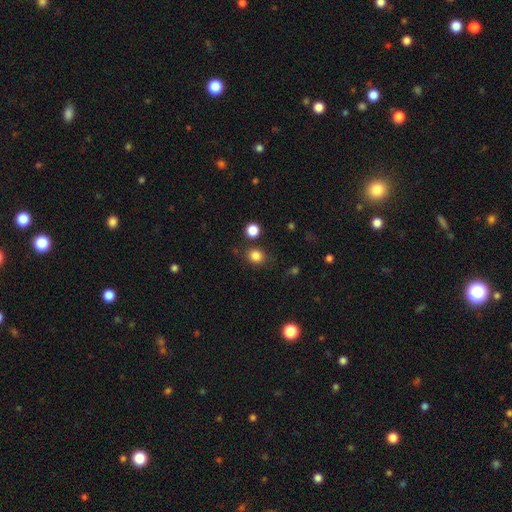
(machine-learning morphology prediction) Smooth or featured? Predicted: smooth (p=0.83). How rounded? Predicted: round (p=0.77). Merging? Predicted: none (p=0.79).